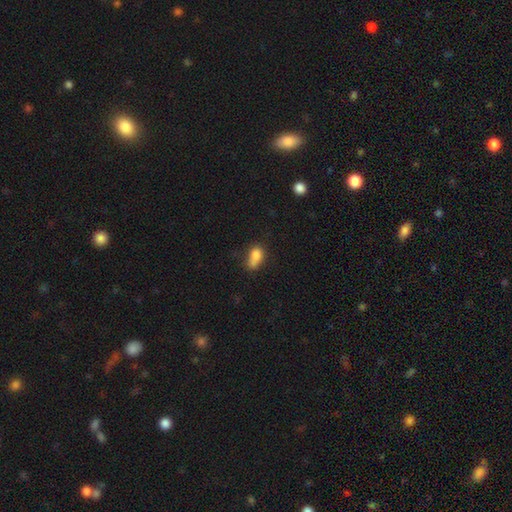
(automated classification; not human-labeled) Smooth or featured? smooth (78%)
How rounded? in between (76%)
Merging? none (34%)